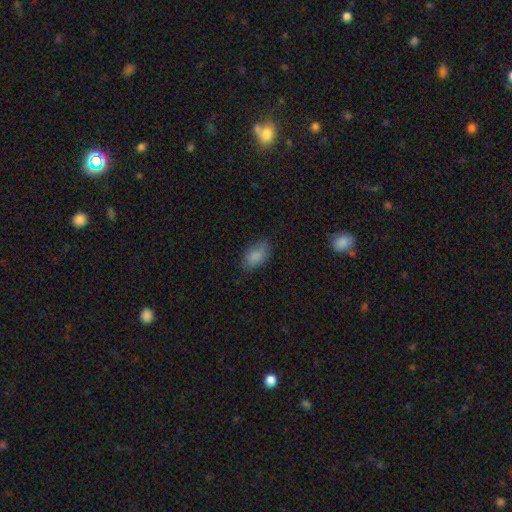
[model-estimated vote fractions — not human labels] Smooth or featured?
  - smooth: 86% *
  - star or artifact: 7%
  - featured or disk: 7%
How rounded?
  - in between: 93% *
  - round: 4%
  - cigar-shaped: 4%
Merging?
  - none: 78% *
  - minor disturbance: 17%
  - major disturbance: 4%
  - merger: 1%